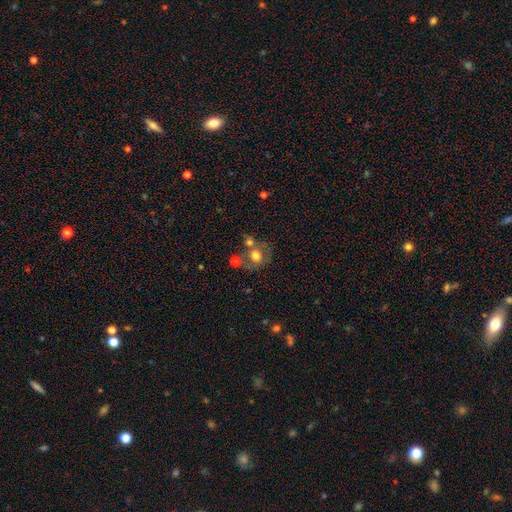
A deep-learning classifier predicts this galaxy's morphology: Q: Smooth or featured?
A: smooth (62%); runner-up: featured or disk (26%)
Q: How rounded?
A: round (68%); runner-up: in between (31%)
Q: Merging?
A: none (40%); runner-up: merger (37%)